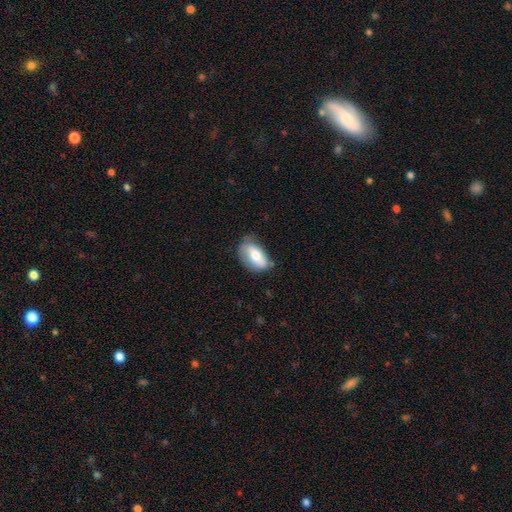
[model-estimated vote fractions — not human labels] smooth 68%, featured or disk 25%, star or artifact 7%. Down the decision tree: how rounded — in between (90%); merging — none (56%).